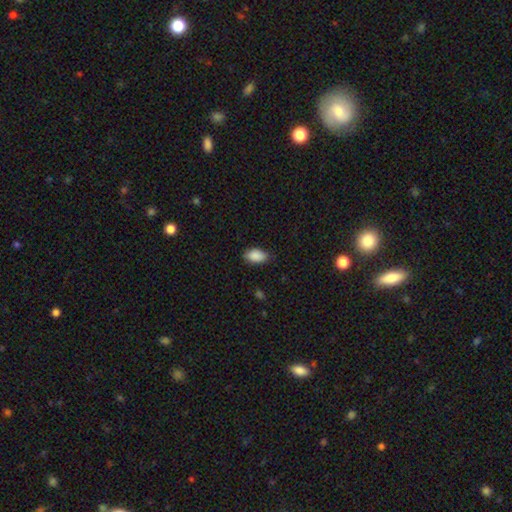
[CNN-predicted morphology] A smooth galaxy with no disk features (89%) that is in between round and cigar-shaped (93%).

Vote fractions:
- Smooth or featured? smooth: 89% / star or artifact: 7% / featured or disk: 4%
- How rounded? in between: 93% / round: 5% / cigar-shaped: 2%
- Merging? none: 81% / minor disturbance: 15% / major disturbance: 3% / merger: 1%